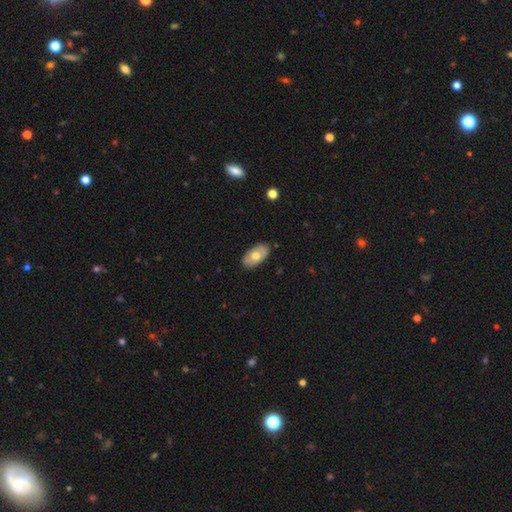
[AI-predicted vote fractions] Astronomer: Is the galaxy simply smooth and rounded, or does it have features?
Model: smooth — 64%.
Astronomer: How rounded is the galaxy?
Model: in between — 94%.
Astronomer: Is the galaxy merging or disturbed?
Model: none — 86%.